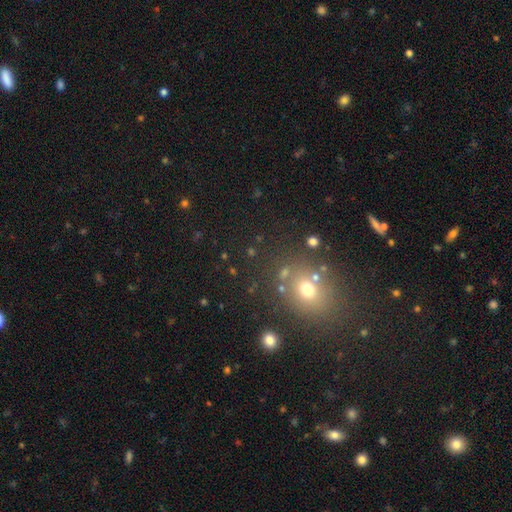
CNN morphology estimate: Smooth or featured: smooth — 48% (star or artifact — 40%)
Merging: none — 75% (minor disturbance — 10%)